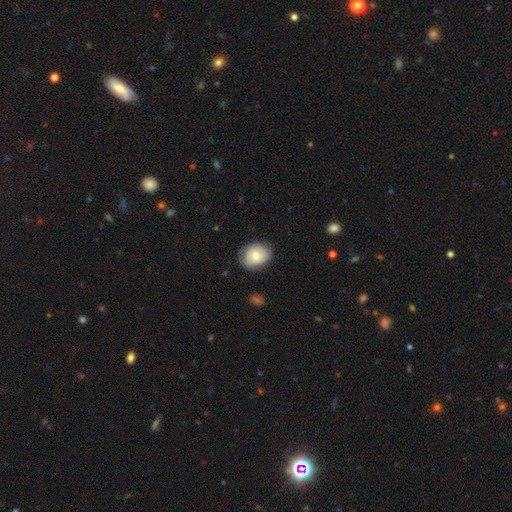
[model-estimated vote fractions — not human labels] A smooth galaxy with no disk features (59%) that is round (50%, tied with in between).

Vote fractions:
- Smooth or featured? smooth: 59% / featured or disk: 33% / star or artifact: 7%
- How rounded? round: 50% (tied) / in between: 50% (tied) / cigar-shaped: 1%
- Merging? none: 74% / minor disturbance: 20% / major disturbance: 5% / merger: 1%